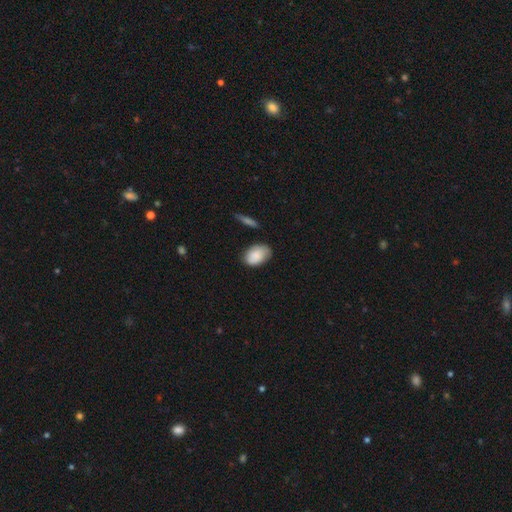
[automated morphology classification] Overall: smooth (84%). How rounded: in between (87%). Merging: none (68%).